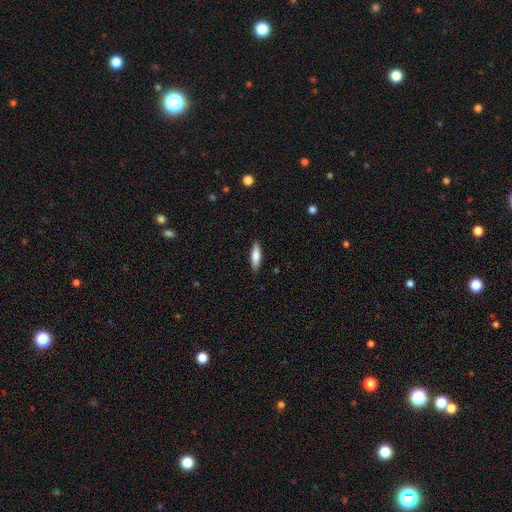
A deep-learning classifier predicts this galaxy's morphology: Q: Smooth or featured?
A: smooth (76%); runner-up: featured or disk (18%)
Q: How rounded?
A: cigar-shaped (57%); runner-up: in between (41%)
Q: Merging?
A: none (88%); runner-up: minor disturbance (9%)